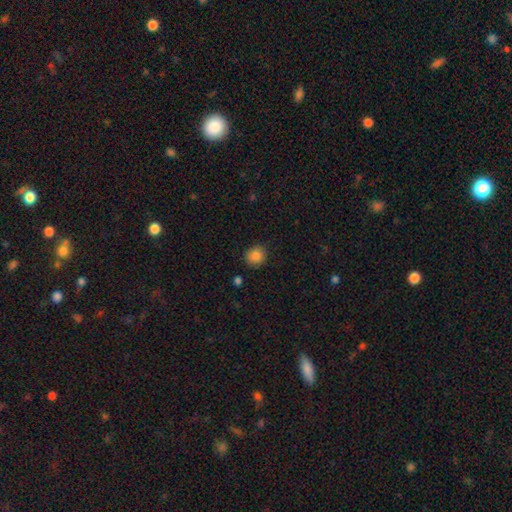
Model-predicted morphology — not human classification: type=smooth (86%); roundness=round (81%); merging=none (88%).